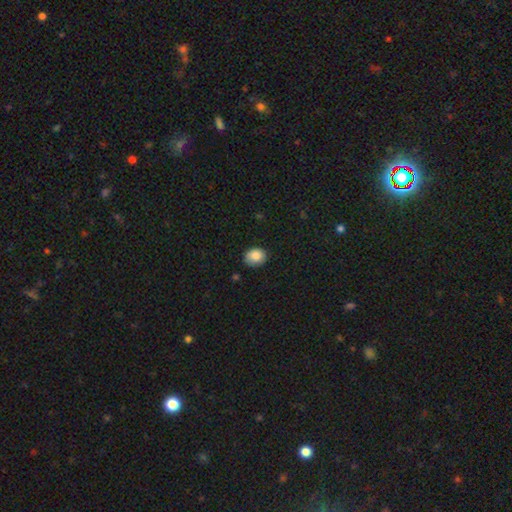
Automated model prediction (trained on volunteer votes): A smooth galaxy with no disk features (85%) that is in between round and cigar-shaped (52%). Merging: none (79%).